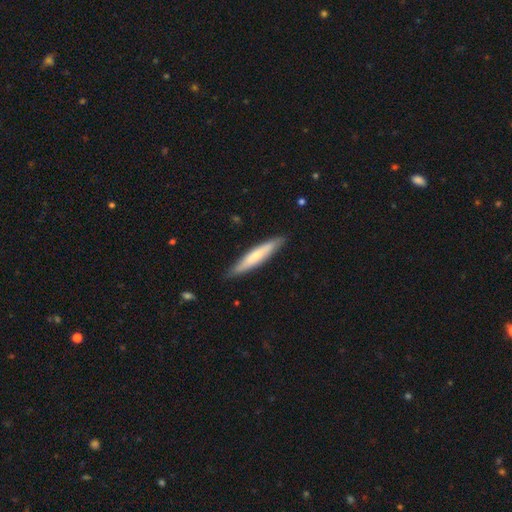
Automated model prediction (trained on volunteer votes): Smooth or featured: smooth — 62% (featured or disk — 33%)
How rounded: cigar-shaped — 91% (in between — 8%)
Merging: none — 88% (minor disturbance — 9%)